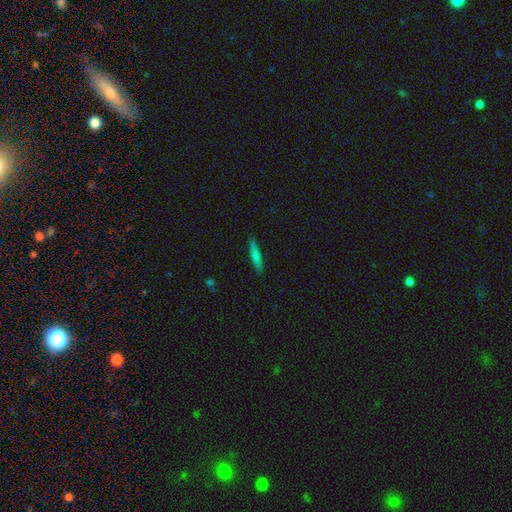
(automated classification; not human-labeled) Smooth or featured? Predicted: smooth (p=0.75). How rounded? Predicted: cigar-shaped (p=0.92). Merging? Predicted: none (p=0.88).